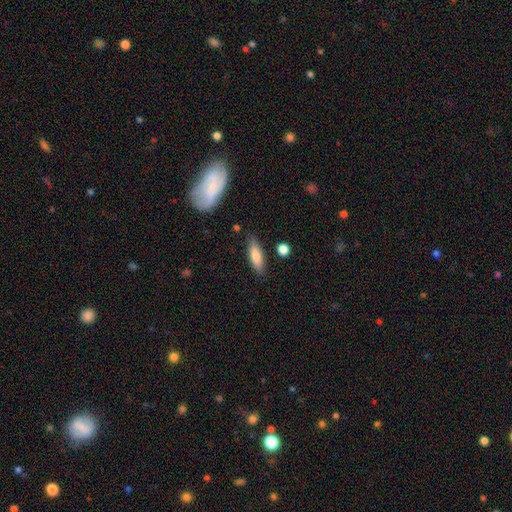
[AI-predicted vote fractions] Overall: smooth (79%). How rounded: cigar-shaped (51%; in between 47%). Merging: none (82%).